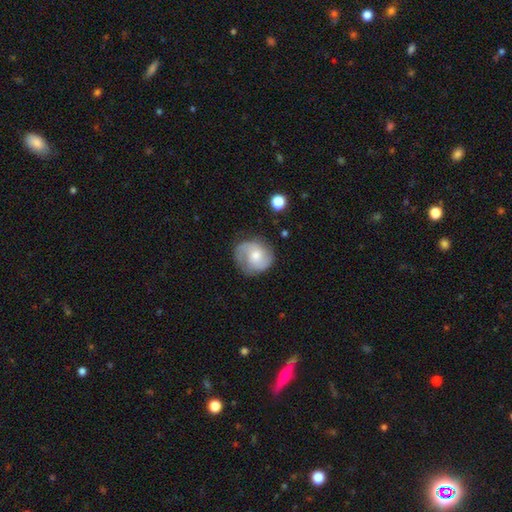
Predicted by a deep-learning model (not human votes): Smooth or featured? Predicted: featured or disk (p=0.65). Edge-on disk? Predicted: no (p=0.98). Bar? Predicted: no (p=0.54). Spiral arms? Predicted: yes (p=0.92). Spiral winding? Predicted: medium (p=0.48). Spiral arm count? Predicted: 2 (p=0.79). Bulge size? Predicted: moderate (p=0.57). Merging? Predicted: none (p=0.73).